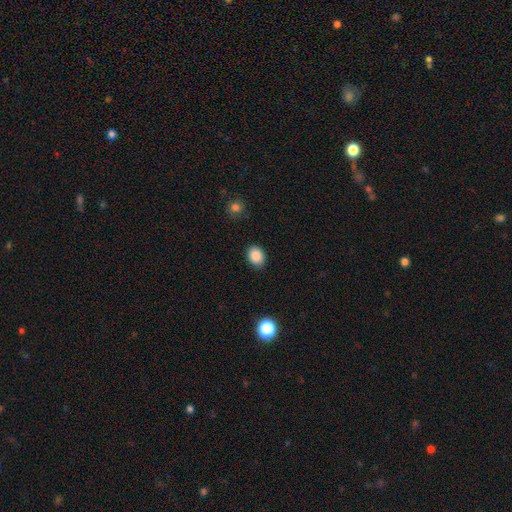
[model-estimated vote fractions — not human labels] This appears to be a smooth galaxy with no disk features (87%) that is in between round and cigar-shaped (66%). Merging: none (87%).